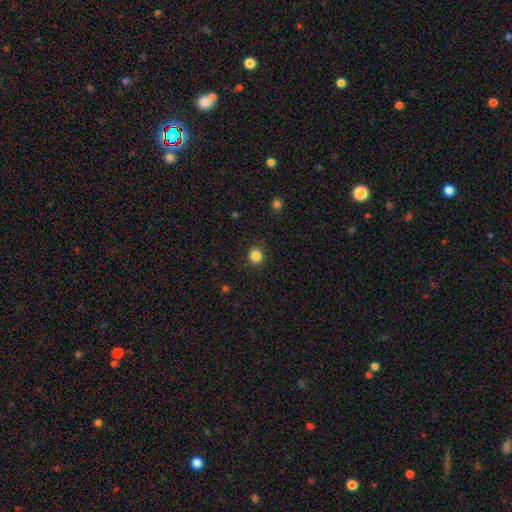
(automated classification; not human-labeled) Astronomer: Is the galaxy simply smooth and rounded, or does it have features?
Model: smooth — 84%.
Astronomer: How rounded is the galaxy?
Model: round — 89%.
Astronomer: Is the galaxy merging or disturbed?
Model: none — 90%.